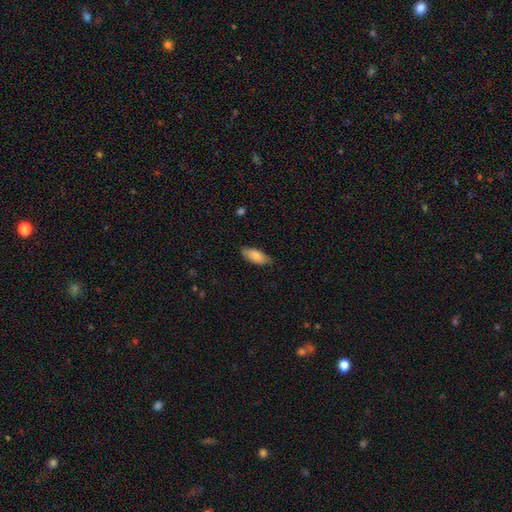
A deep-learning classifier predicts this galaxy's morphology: smooth 84%, featured or disk 11%, star or artifact 6%. Down the decision tree: how rounded — in between (84%); merging — none (80%).